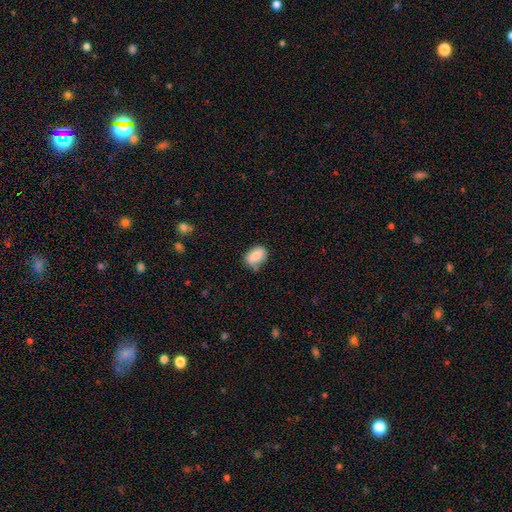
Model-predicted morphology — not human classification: Smooth or featured? Predicted: smooth (p=0.85). How rounded? Predicted: in between (p=0.81). Merging? Predicted: none (p=0.67).